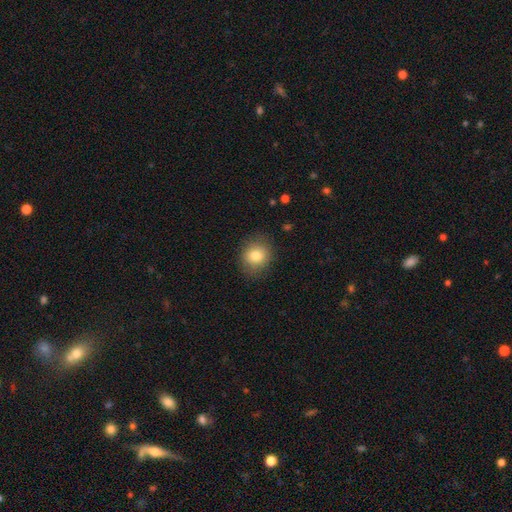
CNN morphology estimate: A smooth galaxy with no disk features (80%) that is round (77%).

Vote fractions:
- Smooth or featured? smooth: 80% / featured or disk: 10% / star or artifact: 10%
- How rounded? round: 77% / in between: 23% / cigar-shaped: 1%
- Merging? none: 84% / minor disturbance: 11% / major disturbance: 4% / merger: 1%